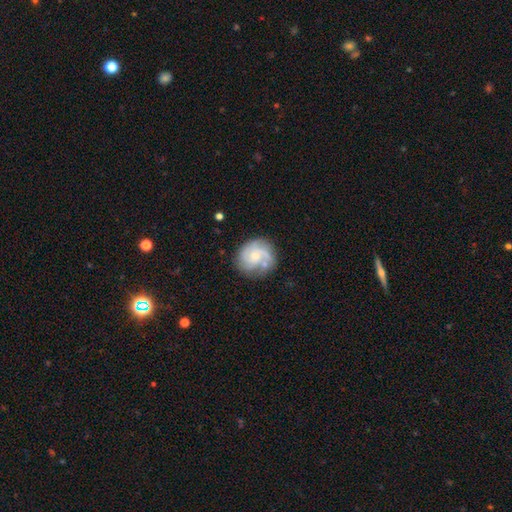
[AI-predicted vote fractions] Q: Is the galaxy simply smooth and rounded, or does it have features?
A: featured or disk — 69%.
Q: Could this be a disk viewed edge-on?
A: no — 98%.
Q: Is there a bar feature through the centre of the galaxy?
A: no — 72%.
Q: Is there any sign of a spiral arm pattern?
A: yes — 90%.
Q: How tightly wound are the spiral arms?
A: tight — 45%.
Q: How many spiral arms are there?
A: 3 — 33%.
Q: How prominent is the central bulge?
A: small — 54%.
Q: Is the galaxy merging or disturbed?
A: none — 64%.